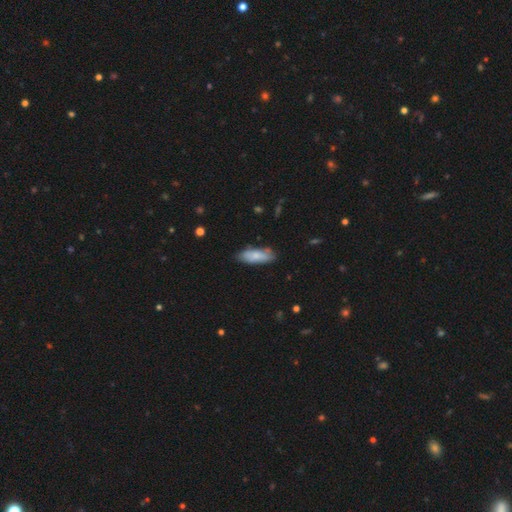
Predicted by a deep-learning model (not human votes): Morphology: type=smooth (73%); roundness=in between (67%); merging=none (73%).